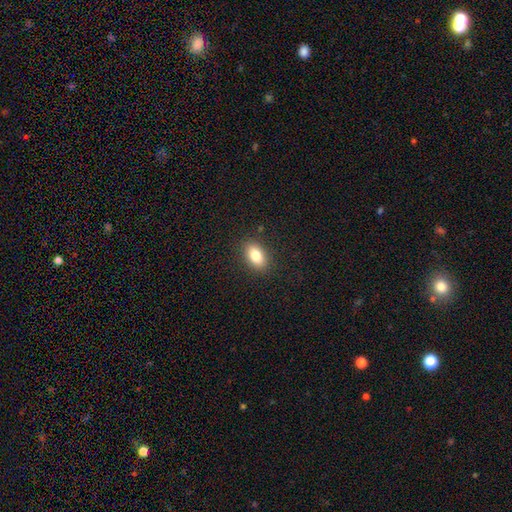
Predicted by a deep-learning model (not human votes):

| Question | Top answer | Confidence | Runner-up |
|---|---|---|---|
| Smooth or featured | smooth | 82% | featured or disk (9%) |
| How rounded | in between | 89% | round (8%) |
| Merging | none | 88% | minor disturbance (9%) |